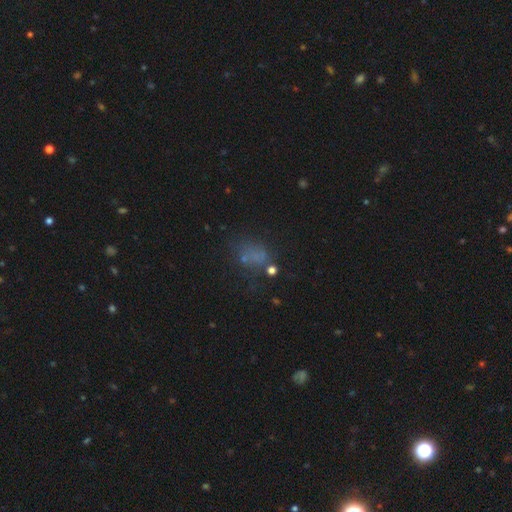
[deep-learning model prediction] This is possibly a smooth galaxy (52%). How rounded: likely in between (68%). Merging: possibly none (48%).